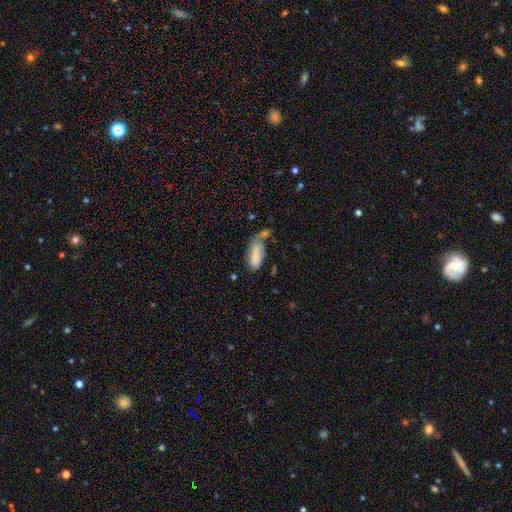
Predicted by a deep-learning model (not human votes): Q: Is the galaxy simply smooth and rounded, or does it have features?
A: smooth — 71%.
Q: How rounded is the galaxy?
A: in between — 83%.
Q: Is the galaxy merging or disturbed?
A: major disturbance — 27%, tied with merger.